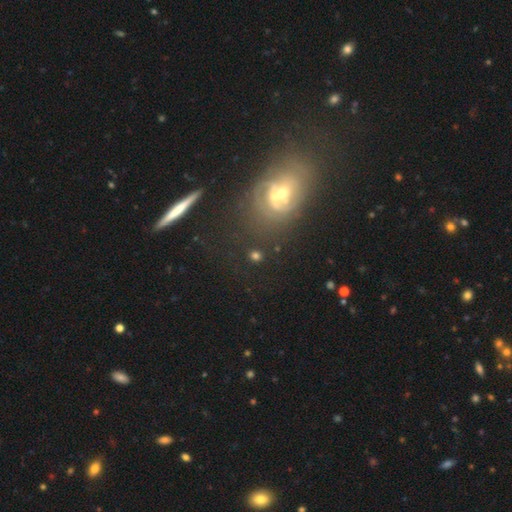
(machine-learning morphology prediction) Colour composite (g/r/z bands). It shows a smooth galaxy with no disk features (52%) that is round (68%). Merging: none (66%).